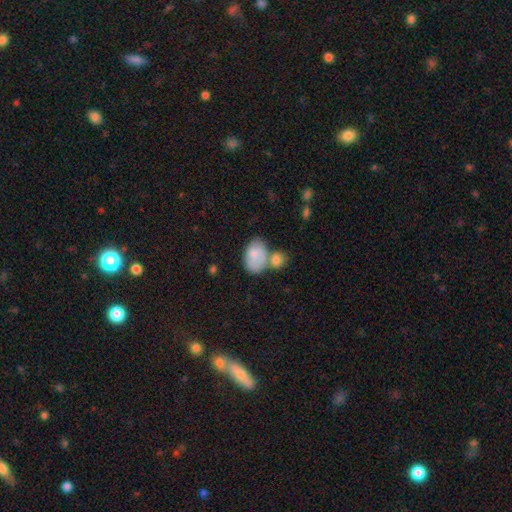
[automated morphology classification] smooth 77%, featured or disk 17%, star or artifact 7%. Down the decision tree: how rounded — in between (84%); merging — merger (44%).